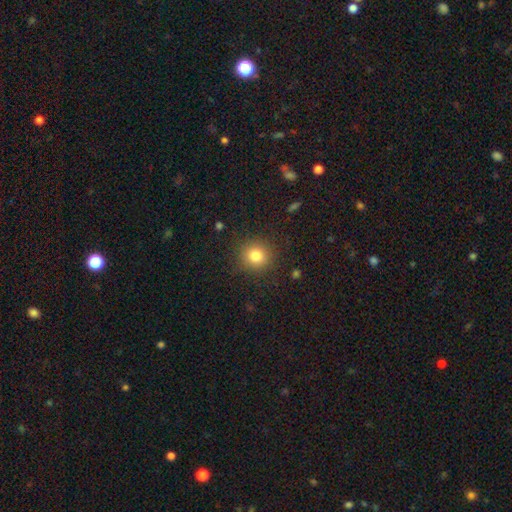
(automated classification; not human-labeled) This appears to be a smooth galaxy with no disk features (81%) that is round (90%). Merging: none (89%).